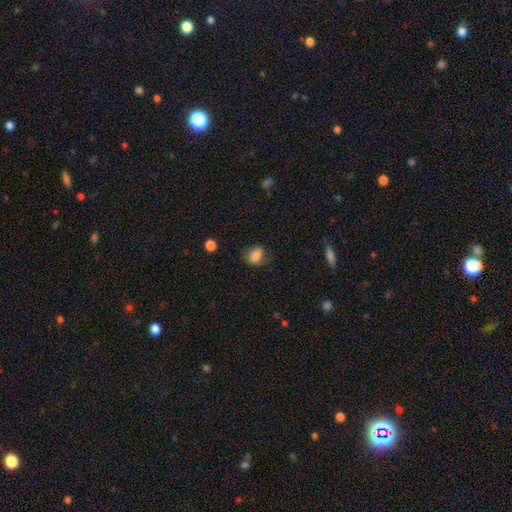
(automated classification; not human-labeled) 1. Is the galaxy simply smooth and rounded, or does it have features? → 81% smooth, 10% featured or disk, 8% star or artifact.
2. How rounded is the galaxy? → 63% in between, 35% round, 2% cigar-shaped.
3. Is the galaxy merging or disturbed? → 70% none, 21% minor disturbance, 7% major disturbance, 2% merger.